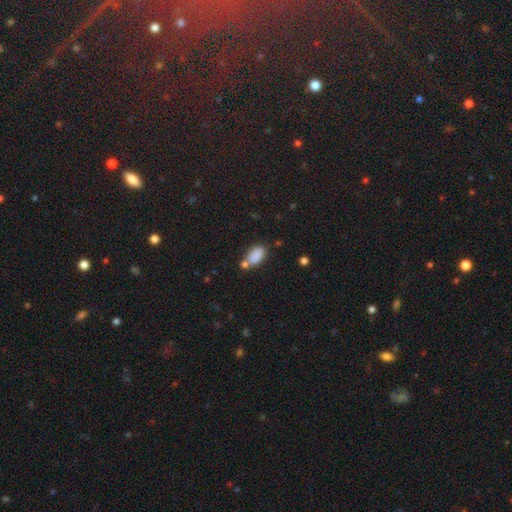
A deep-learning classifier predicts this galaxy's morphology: Q: Smooth or featured?
A: smooth (86%); runner-up: star or artifact (9%)
Q: How rounded?
A: in between (91%); runner-up: round (6%)
Q: Merging?
A: none (60%); runner-up: merger (19%)